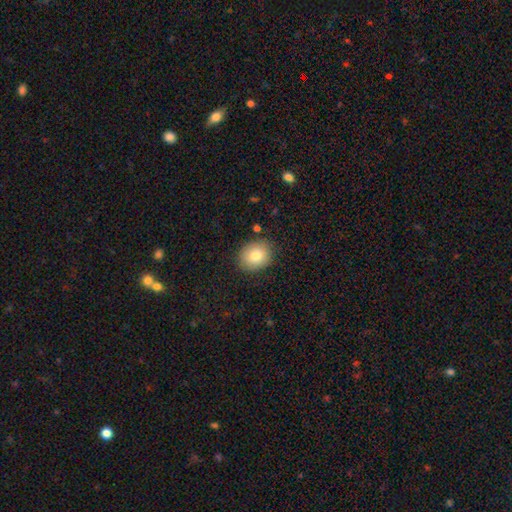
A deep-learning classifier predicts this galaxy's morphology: Smooth or featured?
  - smooth: 81% *
  - featured or disk: 10%
  - star or artifact: 9%
How rounded?
  - round: 58% *
  - in between: 41%
  - cigar-shaped: 1%
Merging?
  - none: 86% *
  - minor disturbance: 10%
  - major disturbance: 3%
  - merger: 1%